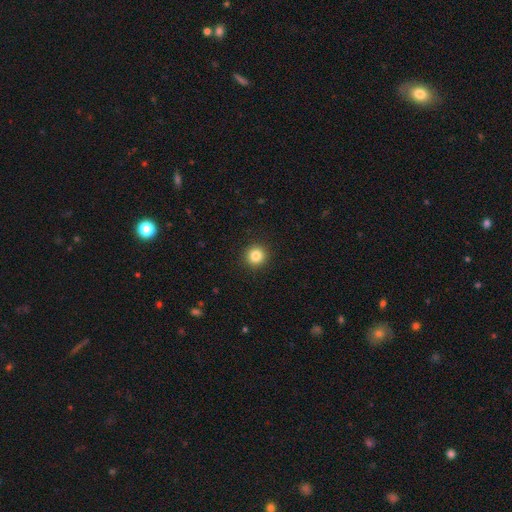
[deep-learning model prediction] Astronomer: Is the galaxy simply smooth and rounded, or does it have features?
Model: smooth — 84%.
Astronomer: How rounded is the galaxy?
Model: round — 95%.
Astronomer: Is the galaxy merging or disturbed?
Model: none — 93%.